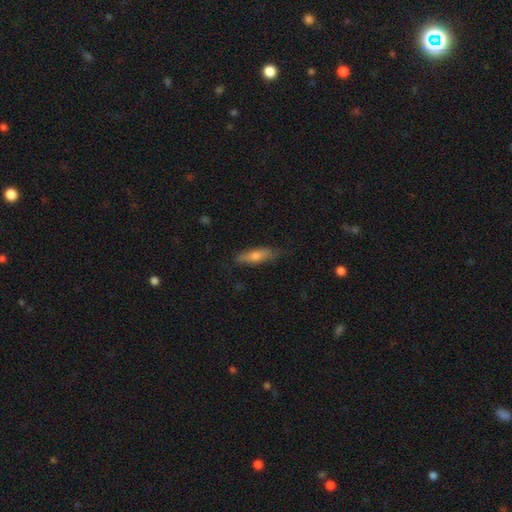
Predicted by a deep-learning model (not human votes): A smooth galaxy with no disk features (64%) that is cigar-shaped (65%). Merging: none (79%).